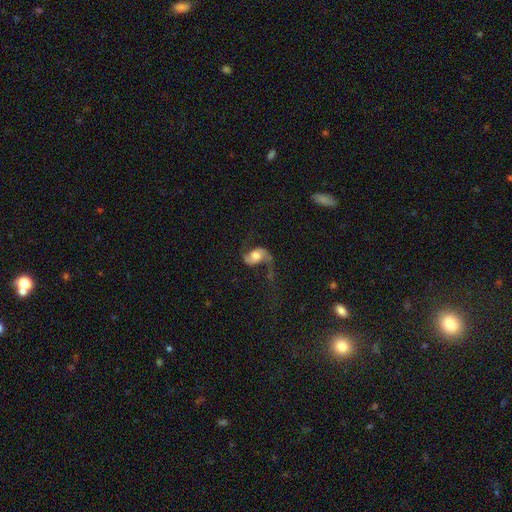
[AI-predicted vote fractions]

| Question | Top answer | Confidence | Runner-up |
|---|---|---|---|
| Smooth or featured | featured or disk | 80% | smooth (14%) |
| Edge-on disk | no | 97% | yes (3%) |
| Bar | no | 57% | weak (32%) |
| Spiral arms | yes | 94% | no (6%) |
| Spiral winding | loose | 74% | medium (21%) |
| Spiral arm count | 2 | 90% | 1 (6%) |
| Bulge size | moderate | 50% | large (29%) |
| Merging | none | 54% | major disturbance (26%) |